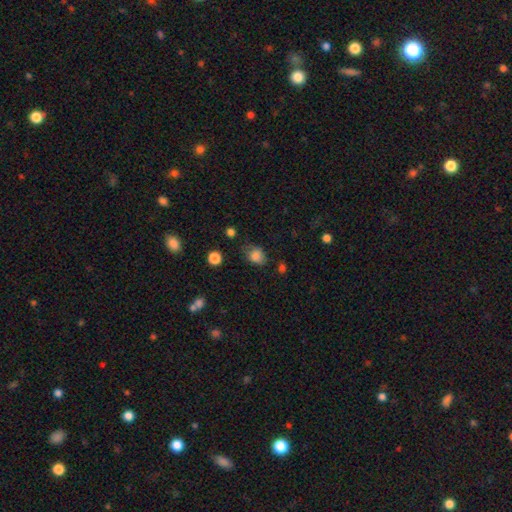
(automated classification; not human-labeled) Morphology: type=smooth (82%); roundness=in between (51%); merging=none (60%).